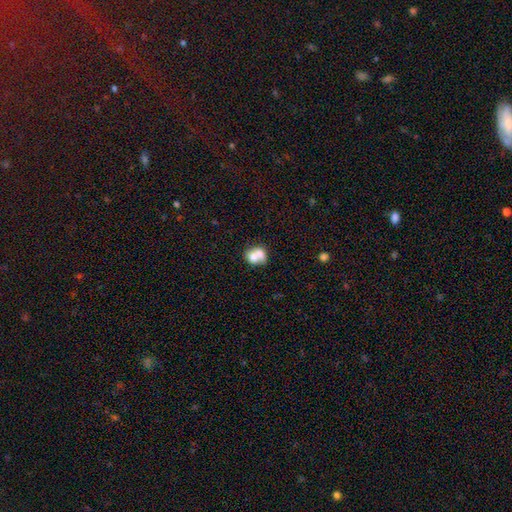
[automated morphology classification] Smooth or featured? smooth (68%)
How rounded? round (58%)
Merging? merger (64%)